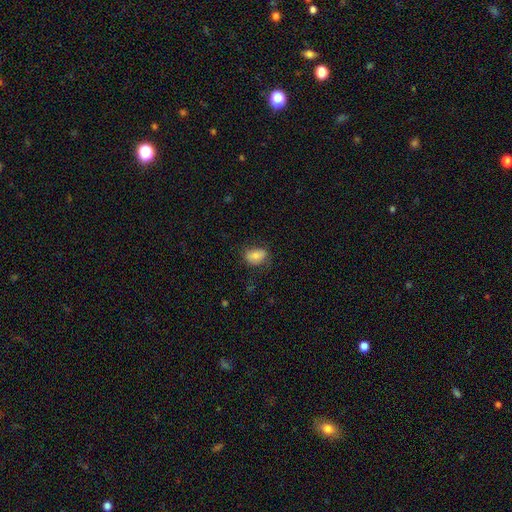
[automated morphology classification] Smooth or featured: smooth — 81% (featured or disk — 11%)
How rounded: in between — 79% (round — 19%)
Merging: none — 71% (minor disturbance — 21%)